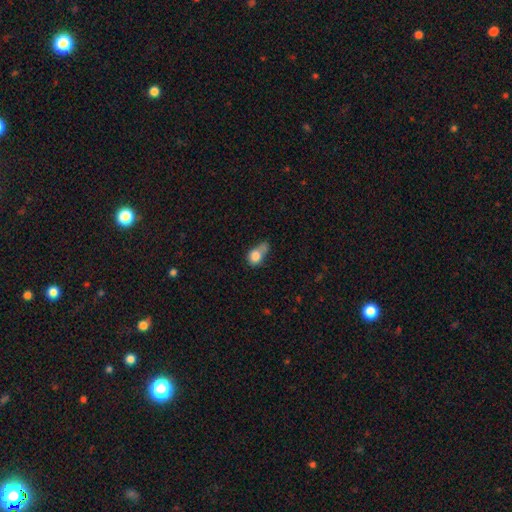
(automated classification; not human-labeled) A smooth galaxy with no disk features (78%) that is round (51%). Merging: merger (41%).